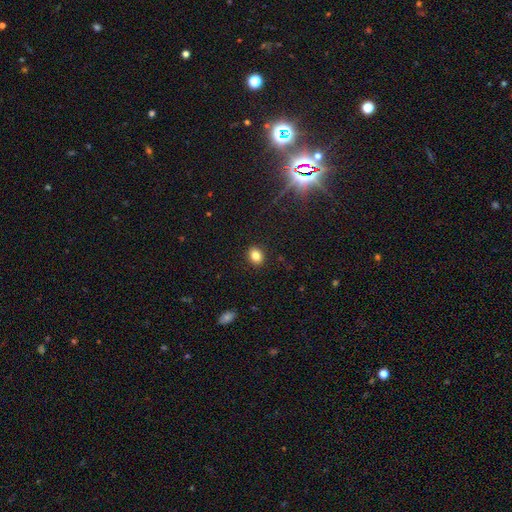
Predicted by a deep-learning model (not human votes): This is clearly a smooth galaxy (82%). How rounded: possibly round (54%). Merging: clearly none (90%).